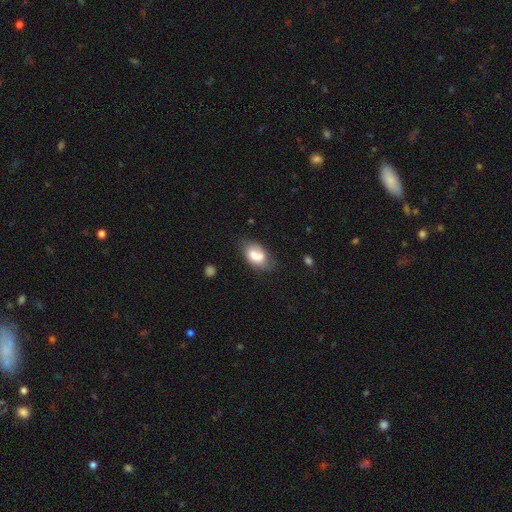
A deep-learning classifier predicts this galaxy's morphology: A smooth galaxy with no disk features (69%) that is in between round and cigar-shaped (90%). Merging: none (50%).